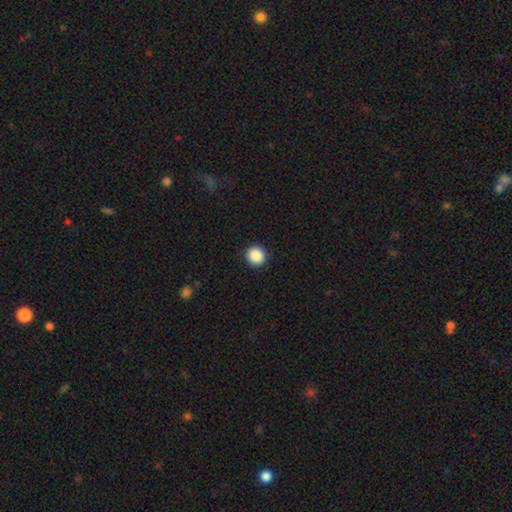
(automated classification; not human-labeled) The model was most divided on "smooth or featured": smooth: 88%, star or artifact: 9%, featured or disk: 3%. More confident: merging — none (93%); how rounded — round (92%).